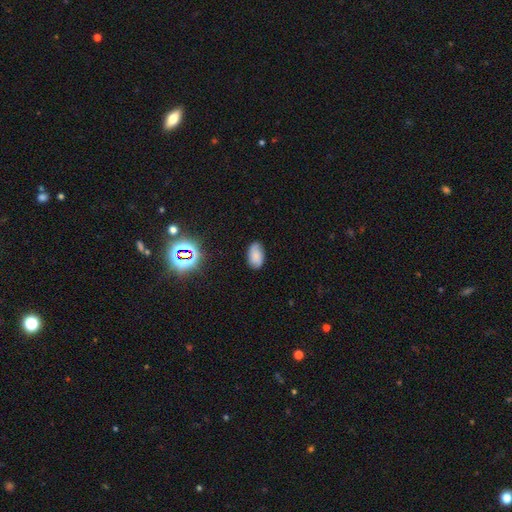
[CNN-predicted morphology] Smooth or featured?
  - smooth: 74% *
  - star or artifact: 13%
  - featured or disk: 13%
How rounded?
  - in between: 92% *
  - round: 6%
  - cigar-shaped: 2%
Merging?
  - none: 79% *
  - minor disturbance: 16%
  - major disturbance: 3%
  - merger: 1%